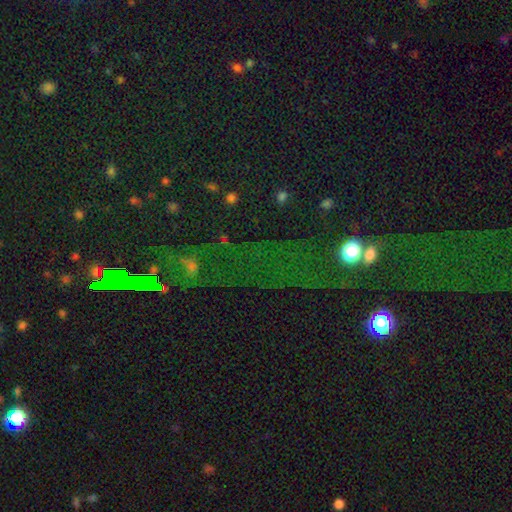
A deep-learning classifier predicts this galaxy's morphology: Smooth or featured?
  - star or artifact: 71% *
  - smooth: 19%
  - featured or disk: 9%